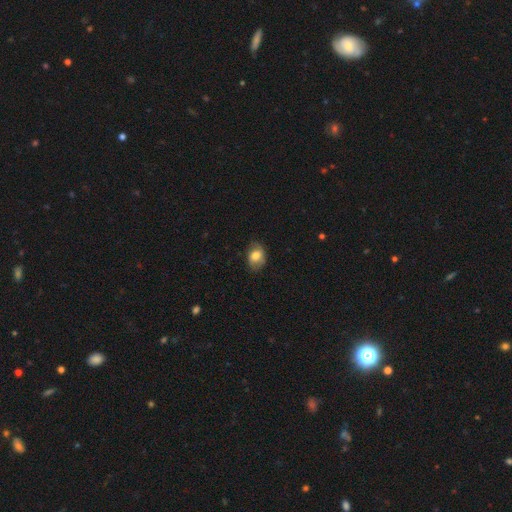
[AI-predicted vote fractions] Morphology: type=smooth (75%); roundness=in between (75%); merging=none (71%).